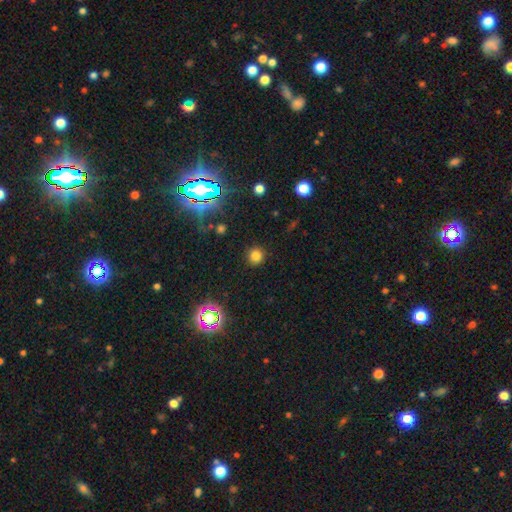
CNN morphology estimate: This is likely a smooth galaxy (77%). How rounded: clearly round (93%). Merging: clearly none (90%).